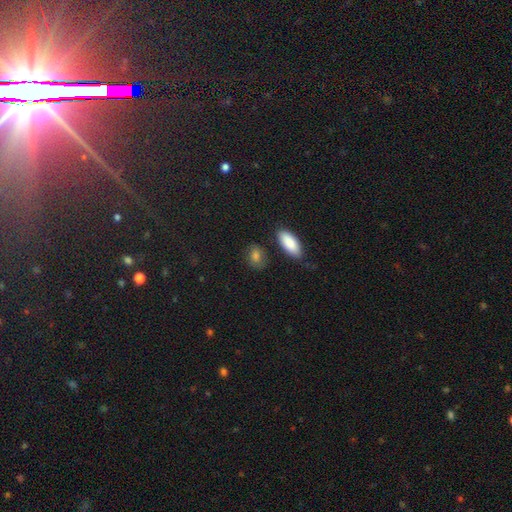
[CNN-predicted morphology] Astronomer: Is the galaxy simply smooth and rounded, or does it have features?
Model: smooth — 84%.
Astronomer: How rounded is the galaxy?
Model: in between — 75%.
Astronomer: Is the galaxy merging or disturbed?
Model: none — 73%.